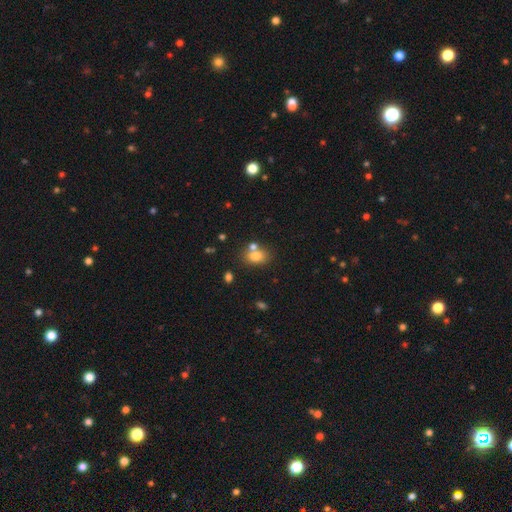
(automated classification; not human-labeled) Smooth or featured? Predicted: smooth (p=0.77). How rounded? Predicted: in between (p=0.75). Merging? Predicted: none (p=0.56).